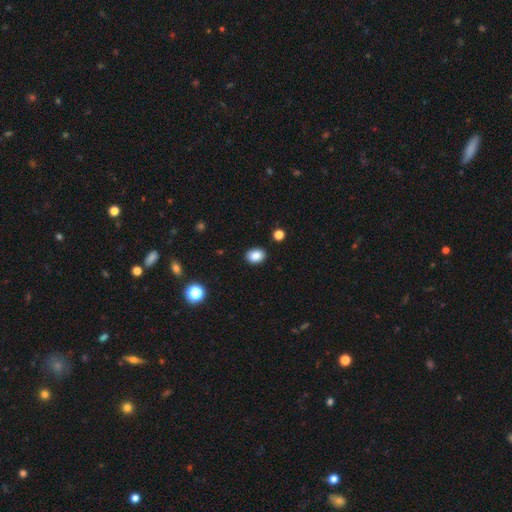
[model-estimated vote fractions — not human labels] Smooth or featured?
  - smooth: 87% *
  - star or artifact: 9%
  - featured or disk: 4%
How rounded?
  - in between: 65% *
  - round: 34%
  - cigar-shaped: 1%
Merging?
  - none: 89% *
  - minor disturbance: 8%
  - major disturbance: 2%
  - merger: 2%